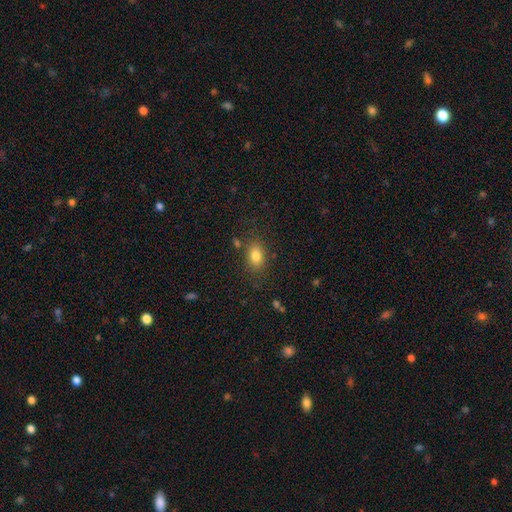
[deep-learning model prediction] smooth_or_featured: smooth (p=0.81) [alt: star or artifact p=0.10]
how_rounded: in between (p=0.79) [alt: round p=0.19]
merging: none (p=0.79) [alt: minor disturbance p=0.13]